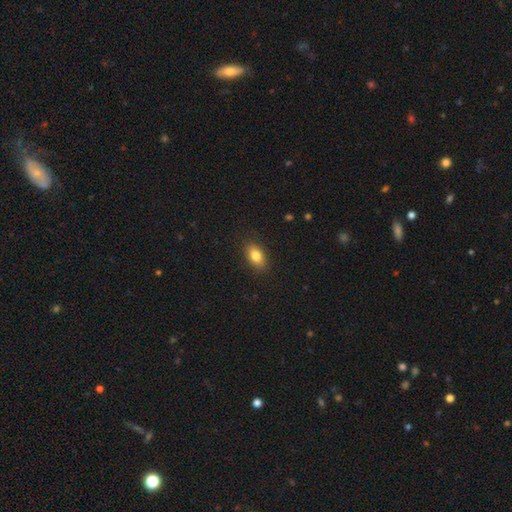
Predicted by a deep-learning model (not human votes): smooth-or-featured: smooth: 82% | featured or disk: 10% | star or artifact: 9%
  how-rounded: in between: 86% | round: 11% | cigar-shaped: 3%
  merging: none: 87% | minor disturbance: 10% | major disturbance: 2% | merger: 1%